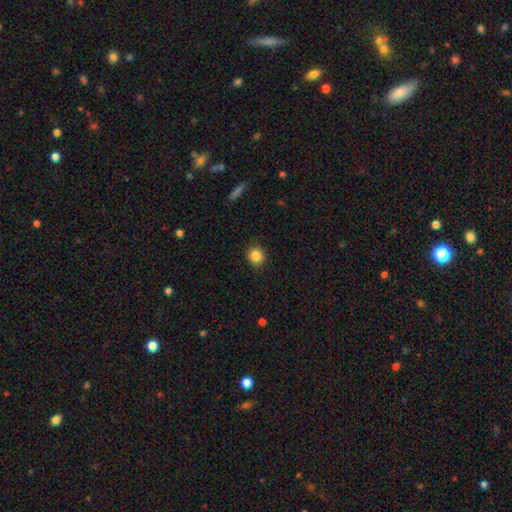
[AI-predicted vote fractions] Smooth or featured? smooth (84%)
How rounded? round (84%)
Merging? none (90%)